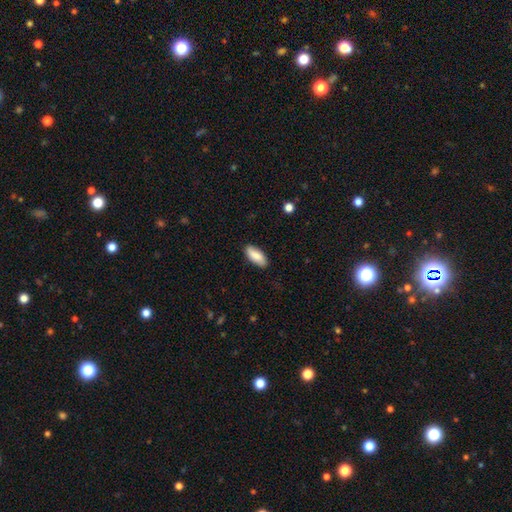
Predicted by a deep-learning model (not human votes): Smooth or featured?
  - smooth: 85% *
  - featured or disk: 9%
  - star or artifact: 6%
How rounded?
  - in between: 83% *
  - cigar-shaped: 14%
  - round: 2%
Merging?
  - none: 86% *
  - minor disturbance: 11%
  - major disturbance: 2%
  - merger: 1%